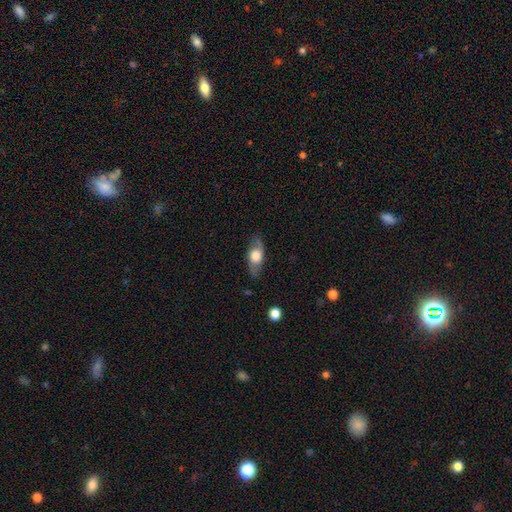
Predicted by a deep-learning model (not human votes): Smooth or featured? smooth (54%)
How rounded? in between (75%)
Merging? none (80%)